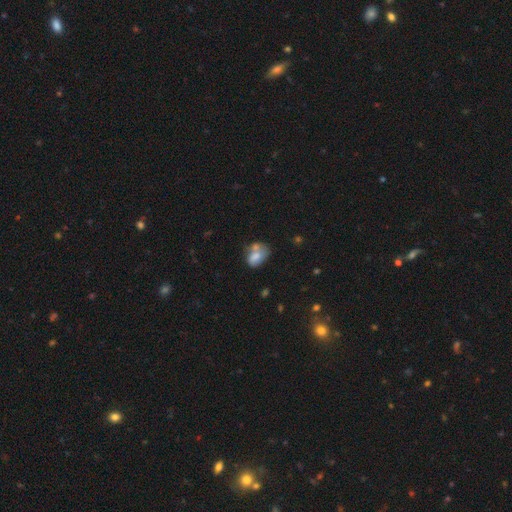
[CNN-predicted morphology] smooth 66%, featured or disk 25%, star or artifact 9%. Down the decision tree: how rounded — in between (78%); merging — merger (43%).